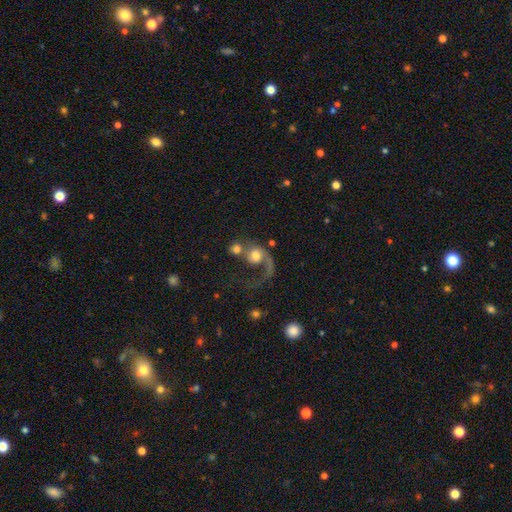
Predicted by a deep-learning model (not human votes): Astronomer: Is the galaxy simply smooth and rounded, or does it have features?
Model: featured or disk — 53% (runner-up: smooth, 38%).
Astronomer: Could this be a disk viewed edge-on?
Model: no — 97%.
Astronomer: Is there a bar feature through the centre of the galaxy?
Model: no — 76%.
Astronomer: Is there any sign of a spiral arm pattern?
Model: yes — 80%.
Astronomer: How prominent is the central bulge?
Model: moderate — 50%.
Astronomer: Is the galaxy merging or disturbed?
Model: merger — 45% (runner-up: major disturbance, 28%).